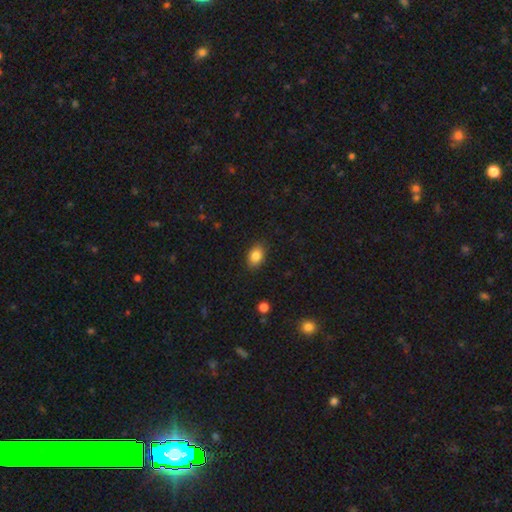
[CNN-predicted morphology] A smooth galaxy with no disk features (85%) that is in between round and cigar-shaped (81%). Merging: none (86%).